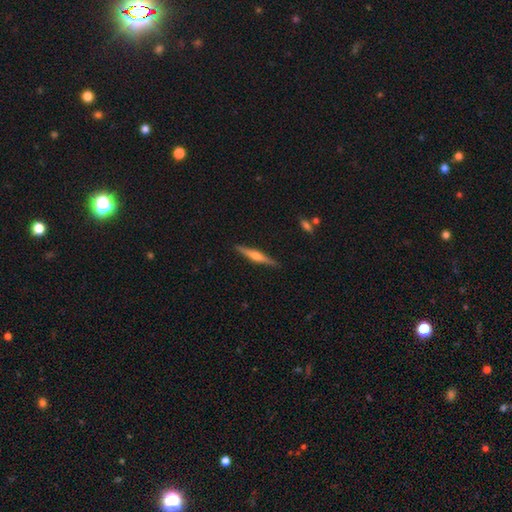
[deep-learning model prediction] A featured or disk galaxy (64%) viewed edge-on (98%) with a rounded central bulge (80%).

Vote fractions:
- Smooth or featured? featured or disk: 64% / smooth: 31% / star or artifact: 6%
- Edge-on disk? yes: 98% / no: 2%
- Edge-on bulge? rounded: 80% / boxy: 11% / none: 10%
- Merging? none: 91% / minor disturbance: 7% / major disturbance: 1% / merger: 1%